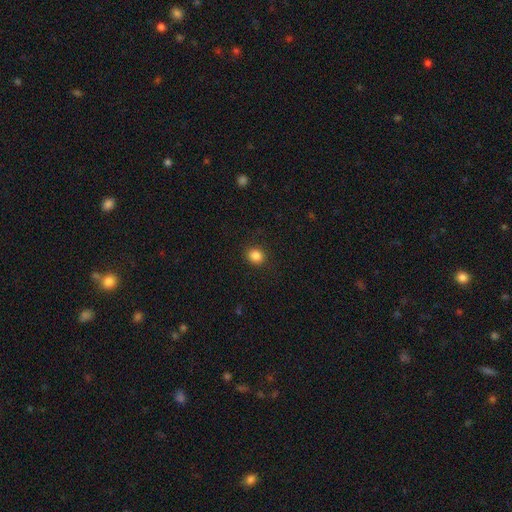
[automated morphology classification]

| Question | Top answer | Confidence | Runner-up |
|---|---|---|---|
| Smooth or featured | smooth | 85% | star or artifact (11%) |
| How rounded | round | 79% | in between (21%) |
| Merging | none | 89% | minor disturbance (7%) |